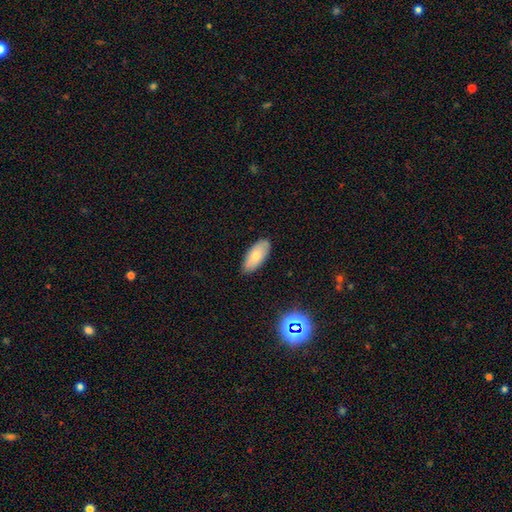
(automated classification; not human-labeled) smooth 74%, featured or disk 19%, star or artifact 7%. Down the decision tree: how rounded — in between (89%); merging — none (84%).